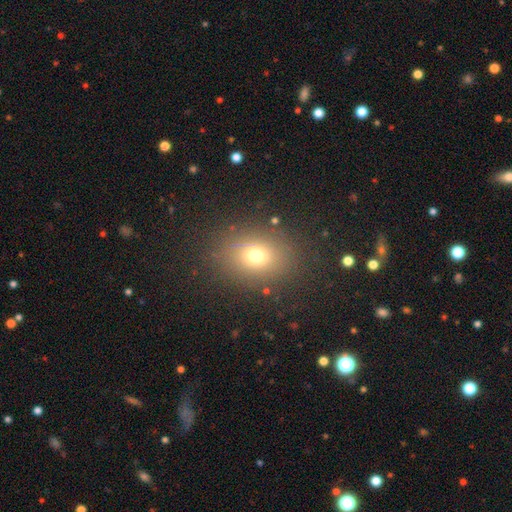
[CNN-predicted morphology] This appears to be a smooth galaxy with no disk features (71%) that is in between round and cigar-shaped (56%). Merging: none (84%).